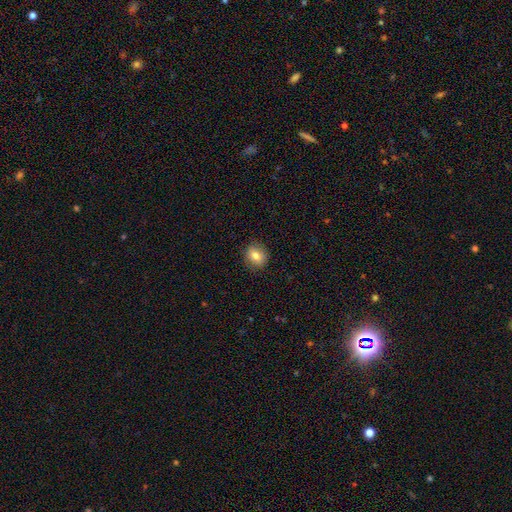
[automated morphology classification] type=smooth (78%); roundness=round (71%); merging=none (88%).